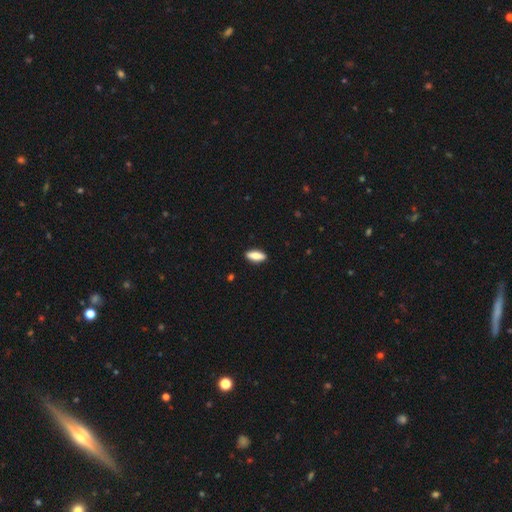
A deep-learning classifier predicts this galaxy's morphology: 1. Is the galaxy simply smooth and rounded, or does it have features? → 82% smooth, 12% featured or disk, 6% star or artifact.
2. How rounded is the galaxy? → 71% in between, 27% cigar-shaped, 2% round.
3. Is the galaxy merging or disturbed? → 90% none, 8% minor disturbance, 2% major disturbance, 1% merger.